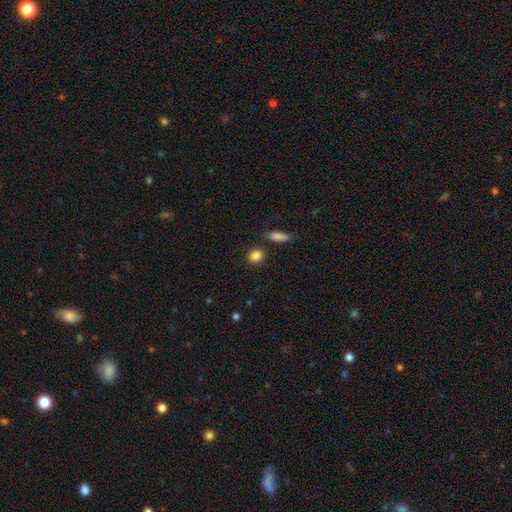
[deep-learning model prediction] Q: Smooth or featured?
A: smooth (87%); runner-up: star or artifact (9%)
Q: How rounded?
A: round (74%); runner-up: in between (24%)
Q: Merging?
A: none (81%); runner-up: minor disturbance (9%)